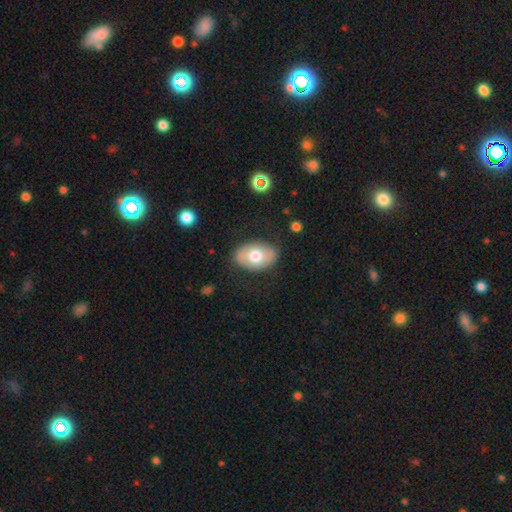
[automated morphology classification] Smooth or featured? Predicted: smooth (p=0.62). How rounded? Predicted: in between (p=0.87). Merging? Predicted: none (p=0.83).